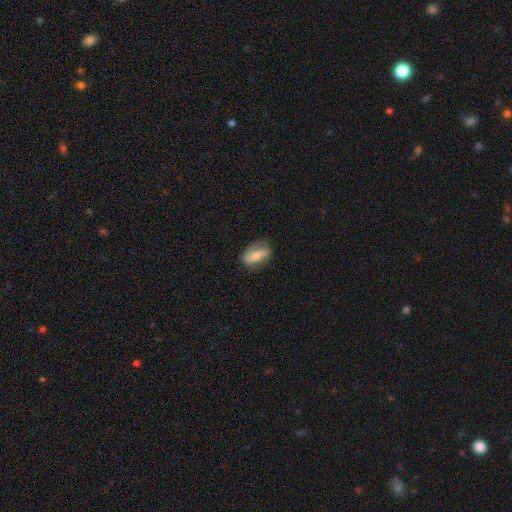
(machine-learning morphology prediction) Q: Smooth or featured?
A: smooth (53%); runner-up: featured or disk (41%)
Q: How rounded?
A: in between (79%); runner-up: cigar-shaped (14%)
Q: Merging?
A: none (71%); runner-up: minor disturbance (21%)